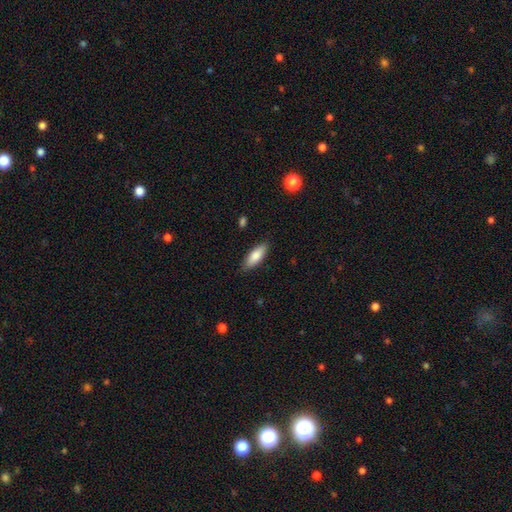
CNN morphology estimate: Smooth or featured: smooth — 84% (featured or disk — 10%)
How rounded: in between — 71% (cigar-shaped — 28%)
Merging: none — 86% (minor disturbance — 11%)